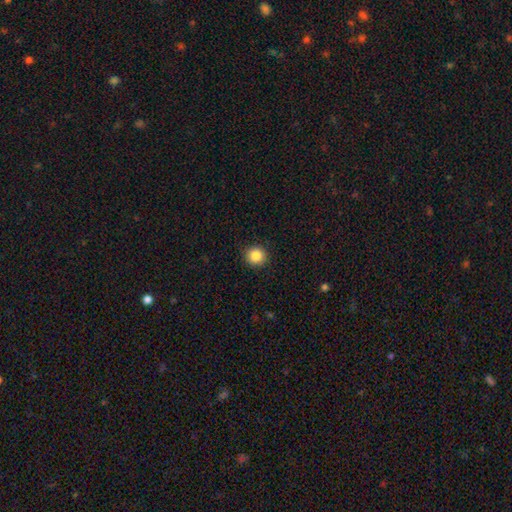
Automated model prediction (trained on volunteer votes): A smooth galaxy with no disk features (86%) that is round (93%).

Vote fractions:
- Smooth or featured? smooth: 86% / star or artifact: 10% / featured or disk: 4%
- How rounded? round: 93% / in between: 6% / cigar-shaped: 1%
- Merging? none: 92% / minor disturbance: 5% / major disturbance: 2% / merger: 1%